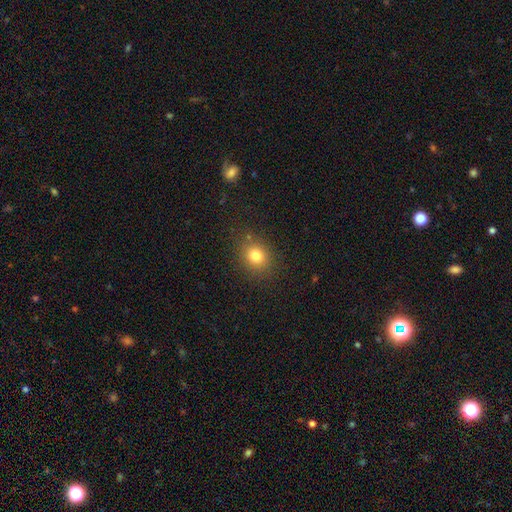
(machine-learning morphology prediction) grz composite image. It shows a smooth galaxy with no disk features (79%) that is round (71%). Merging: none (85%).